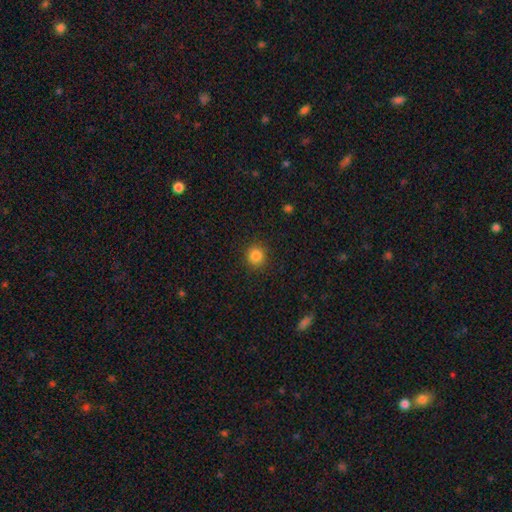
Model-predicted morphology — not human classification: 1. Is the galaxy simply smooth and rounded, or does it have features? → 84% smooth, 12% star or artifact, 4% featured or disk.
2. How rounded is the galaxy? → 92% round, 7% in between, 1% cigar-shaped.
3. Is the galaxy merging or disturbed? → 91% none, 6% minor disturbance, 2% major disturbance, 1% merger.